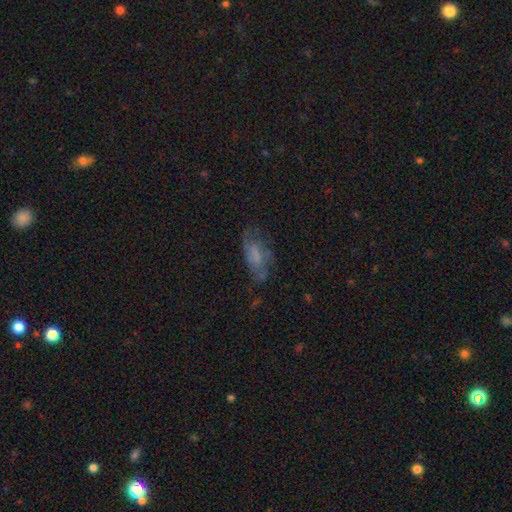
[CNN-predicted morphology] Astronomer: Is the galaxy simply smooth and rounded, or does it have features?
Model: featured or disk — 47% (runner-up: smooth, 42%).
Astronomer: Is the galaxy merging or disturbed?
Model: none — 50% (runner-up: minor disturbance, 25%).